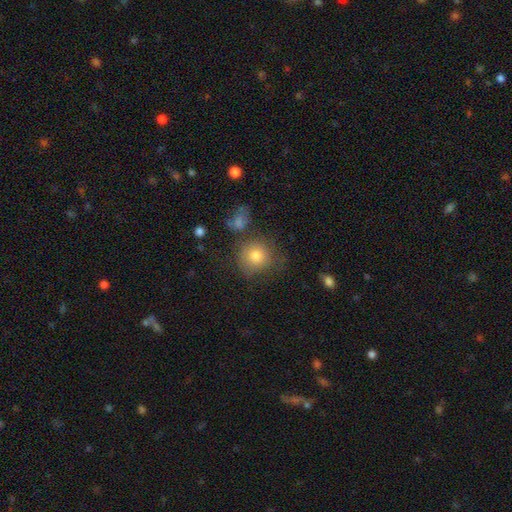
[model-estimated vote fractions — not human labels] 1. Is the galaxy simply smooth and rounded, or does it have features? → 78% smooth, 12% star or artifact, 10% featured or disk.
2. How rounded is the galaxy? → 89% round, 10% in between, 1% cigar-shaped.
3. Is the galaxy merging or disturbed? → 68% none, 16% minor disturbance, 9% merger, 7% major disturbance.